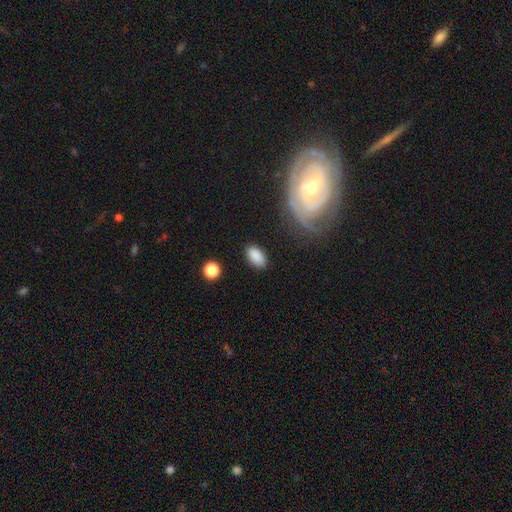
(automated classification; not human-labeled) smooth_or_featured: smooth (p=0.86) [alt: star or artifact p=0.08]
how_rounded: in between (p=0.93) [alt: round p=0.05]
merging: none (p=0.83) [alt: minor disturbance p=0.12]